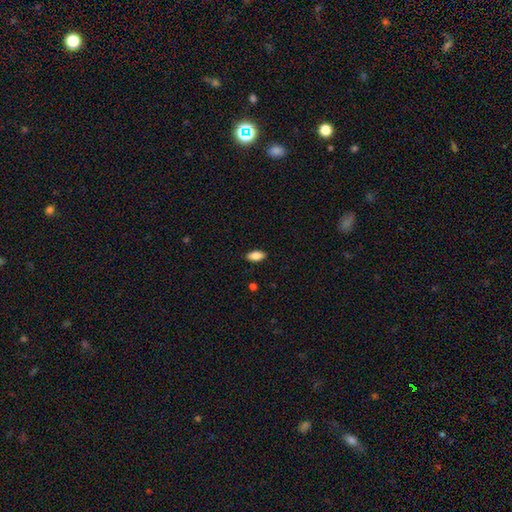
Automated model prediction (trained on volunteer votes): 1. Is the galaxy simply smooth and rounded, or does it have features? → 85% smooth, 7% featured or disk, 7% star or artifact.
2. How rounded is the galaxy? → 90% in between, 7% cigar-shaped, 3% round.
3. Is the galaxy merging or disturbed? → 88% none, 9% minor disturbance, 2% major disturbance, 1% merger.